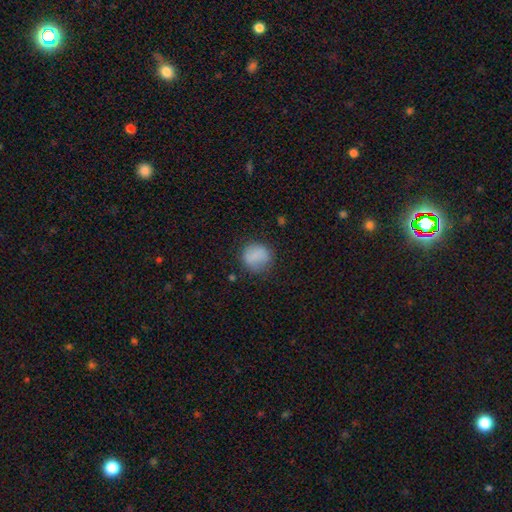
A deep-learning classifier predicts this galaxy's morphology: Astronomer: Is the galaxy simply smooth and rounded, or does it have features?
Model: smooth — 82%.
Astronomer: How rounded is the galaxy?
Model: round — 80%.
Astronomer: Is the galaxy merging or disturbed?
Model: none — 72%.